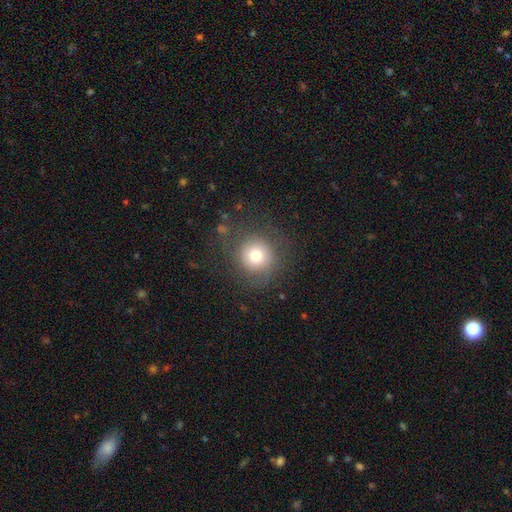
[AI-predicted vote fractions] Smooth or featured? Predicted: smooth (p=0.72). How rounded? Predicted: round (p=0.93). Merging? Predicted: none (p=0.77).